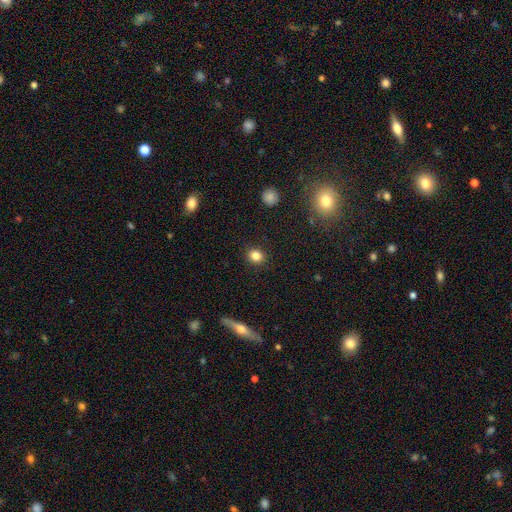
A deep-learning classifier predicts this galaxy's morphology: This appears to be a smooth galaxy with no disk features (83%) that is round (77%). Merging: none (90%).